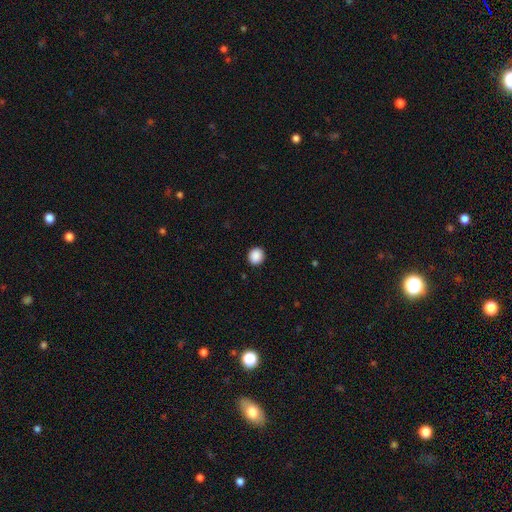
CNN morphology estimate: Smooth or featured?
  - smooth: 89% *
  - star or artifact: 8%
  - featured or disk: 2%
How rounded?
  - round: 86% *
  - in between: 13%
  - cigar-shaped: 1%
Merging?
  - none: 92% *
  - minor disturbance: 5%
  - major disturbance: 2%
  - merger: 1%